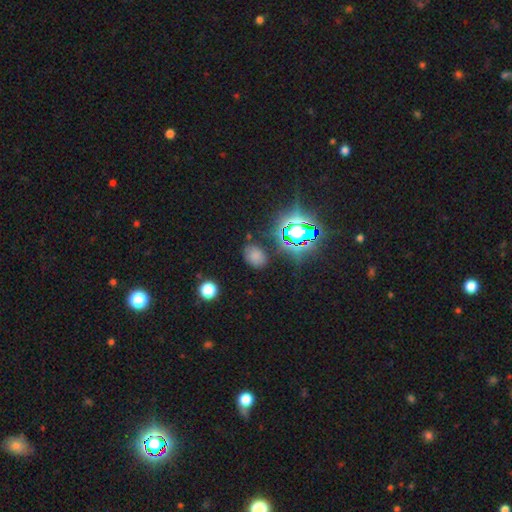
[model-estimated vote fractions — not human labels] Smooth or featured? Predicted: smooth (p=0.65). How rounded? Predicted: in between (p=0.67). Merging? Predicted: none (p=0.75).